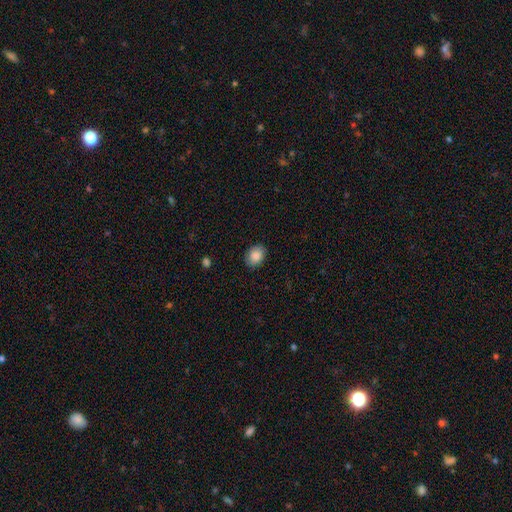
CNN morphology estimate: type=smooth (86%); roundness=in between (68%); merging=none (87%).